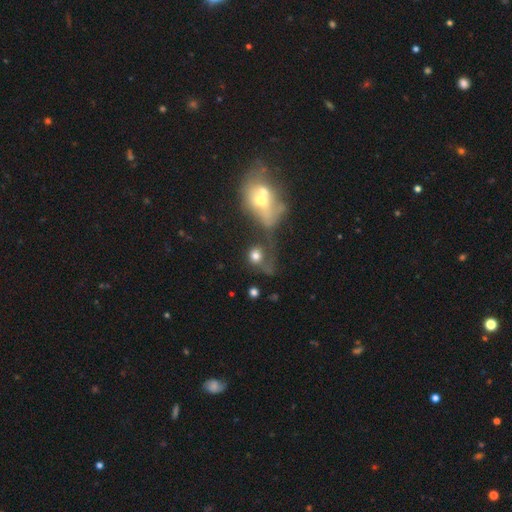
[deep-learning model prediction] smooth 67%, featured or disk 19%, star or artifact 13%. Down the decision tree: how rounded — round (72%); merging — merger (39%).